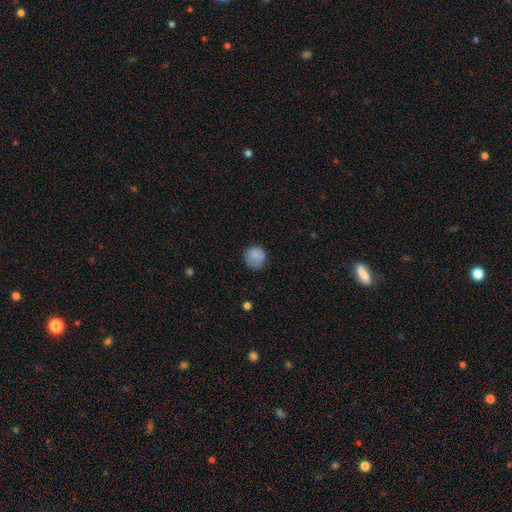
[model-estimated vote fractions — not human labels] smooth 84%, star or artifact 9%, featured or disk 7%. Down the decision tree: how rounded — round (90%); merging — none (77%).